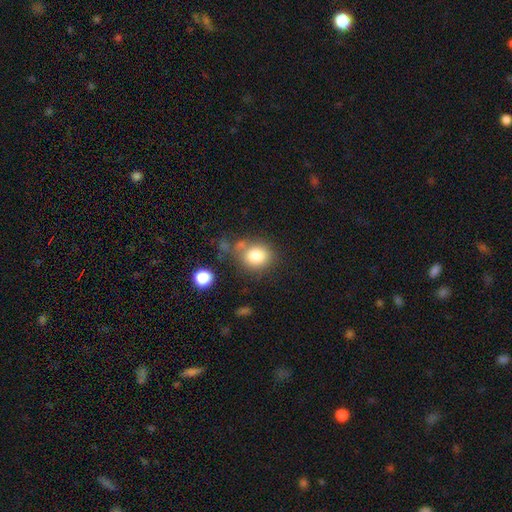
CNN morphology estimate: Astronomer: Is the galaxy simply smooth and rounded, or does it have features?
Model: smooth — 83%.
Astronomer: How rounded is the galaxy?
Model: round — 65%.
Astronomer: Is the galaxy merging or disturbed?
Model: none — 61%.